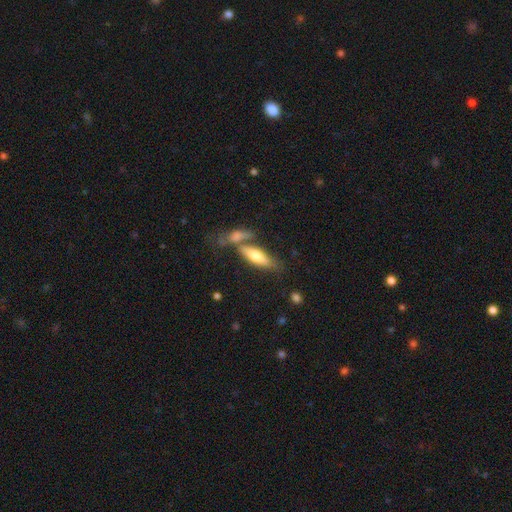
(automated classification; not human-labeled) Smooth or featured? smooth (64%)
How rounded? in between (53%)
Merging? none (46%)